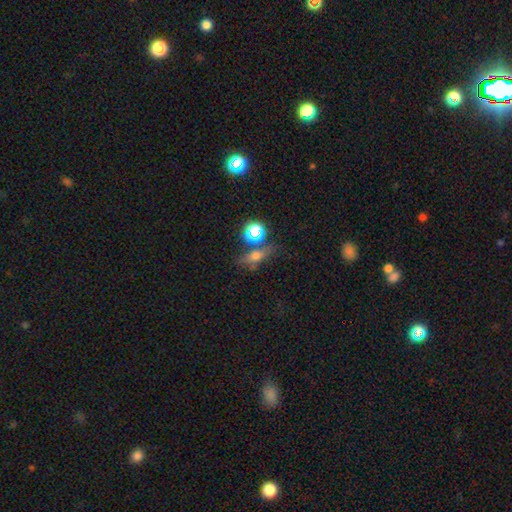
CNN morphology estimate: Smooth or featured?
  - smooth: 53% *
  - star or artifact: 26%
  - featured or disk: 21%
How rounded?
  - in between: 50% *
  - round: 26%
  - cigar-shaped: 23%
Merging?
  - none: 63% *
  - minor disturbance: 16%
  - merger: 13%
  - major disturbance: 8%